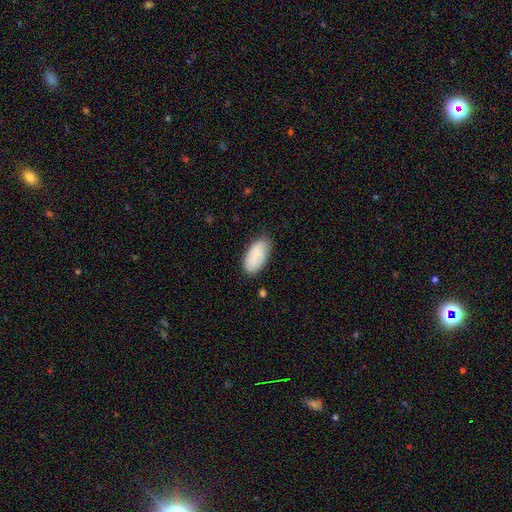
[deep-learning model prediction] Overall: smooth (84%). How rounded: in between (95%). Merging: none (76%).